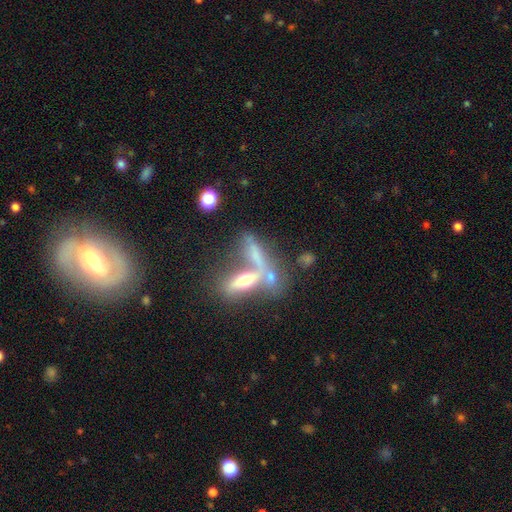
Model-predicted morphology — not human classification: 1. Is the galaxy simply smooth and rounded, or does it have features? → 44% featured or disk, 43% smooth, 13% star or artifact.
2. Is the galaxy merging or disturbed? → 53% merger, 28% none, 10% major disturbance, 10% minor disturbance.